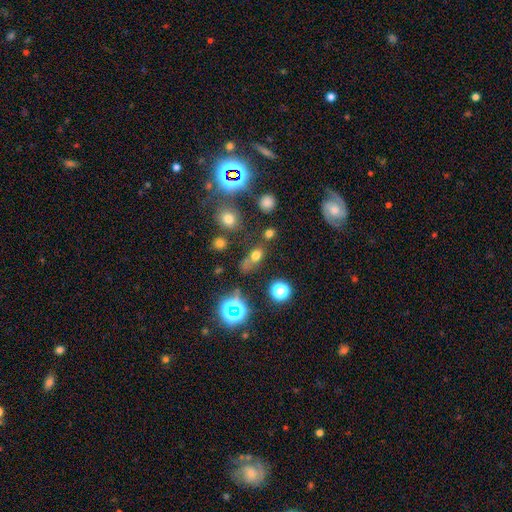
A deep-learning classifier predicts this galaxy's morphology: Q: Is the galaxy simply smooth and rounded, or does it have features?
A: smooth — 61%.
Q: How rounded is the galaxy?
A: in between — 52%.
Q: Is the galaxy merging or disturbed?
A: none — 53%.